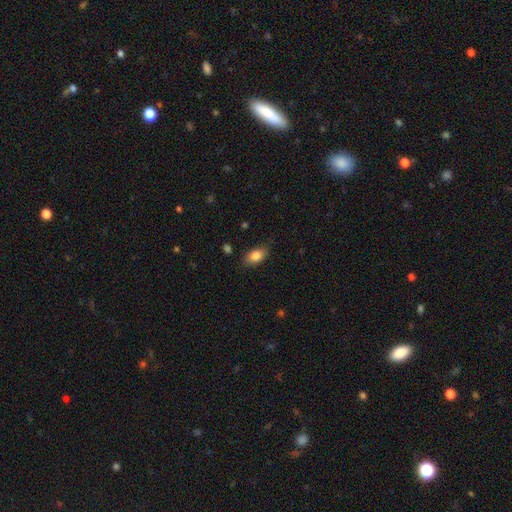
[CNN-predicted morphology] A smooth galaxy with no disk features (83%) that is in between round and cigar-shaped (89%).

Vote fractions:
- Smooth or featured? smooth: 83% / featured or disk: 9% / star or artifact: 7%
- How rounded? in between: 89% / round: 7% / cigar-shaped: 4%
- Merging? none: 79% / minor disturbance: 17% / major disturbance: 3% / merger: 1%